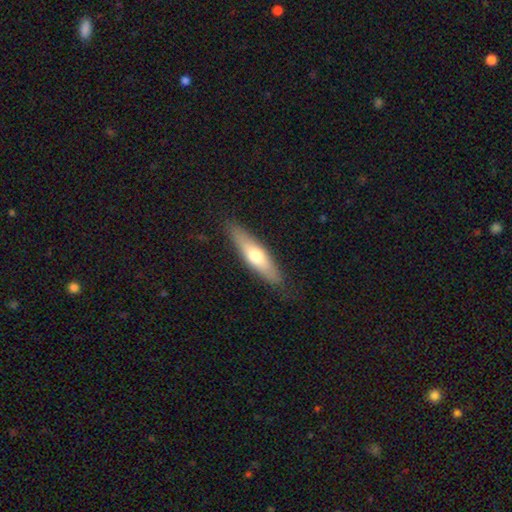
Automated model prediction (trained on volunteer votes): Q: Smooth or featured?
A: smooth (56%); runner-up: featured or disk (39%)
Q: How rounded?
A: cigar-shaped (71%); runner-up: in between (28%)
Q: Merging?
A: none (86%); runner-up: minor disturbance (10%)